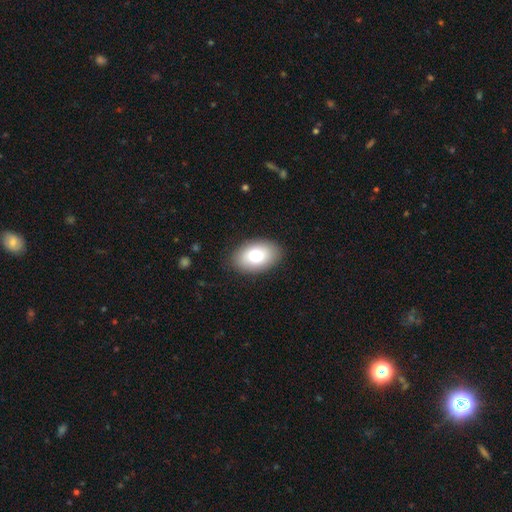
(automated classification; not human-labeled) This appears to be a smooth galaxy with no disk features (78%) that is in between round and cigar-shaped (89%). Merging: none (88%).